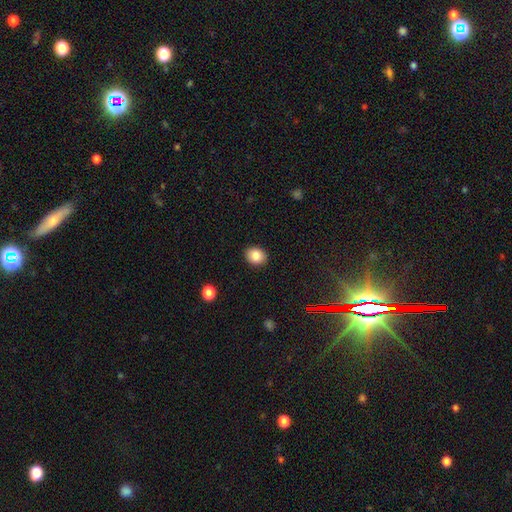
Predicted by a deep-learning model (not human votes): Smooth or featured? smooth (86%)
How rounded? round (52%)
Merging? none (90%)